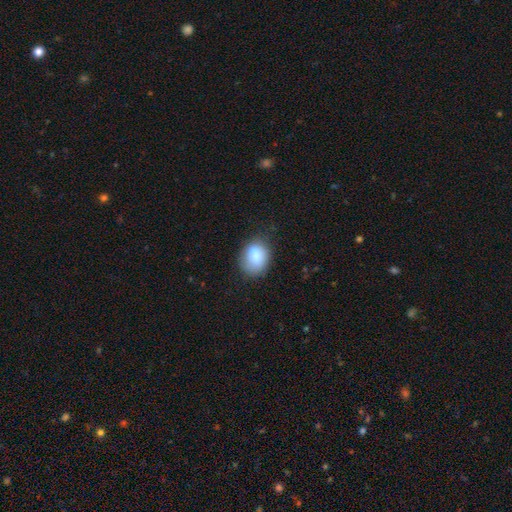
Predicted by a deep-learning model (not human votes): smooth 80%, featured or disk 12%, star or artifact 8%. Down the decision tree: how rounded — in between (58%); merging — none (60%).